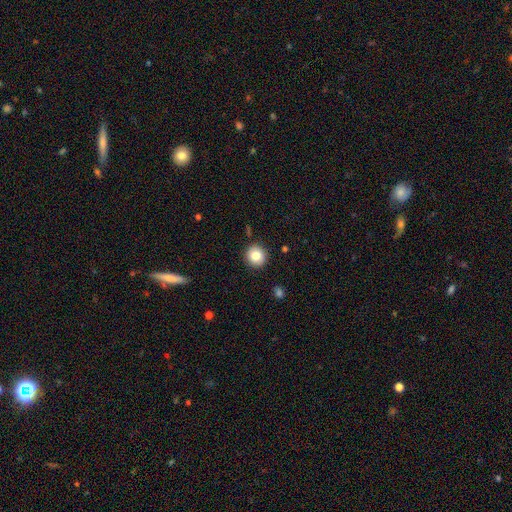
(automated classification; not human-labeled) A smooth galaxy with no disk features (82%) that is round (94%). Merging: none (91%).